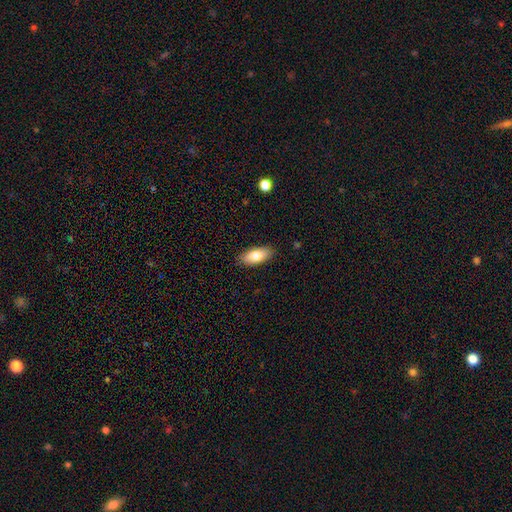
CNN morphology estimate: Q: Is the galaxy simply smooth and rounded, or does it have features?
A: smooth — 79%.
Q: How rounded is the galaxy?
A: in between — 86%.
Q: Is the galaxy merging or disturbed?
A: none — 88%.